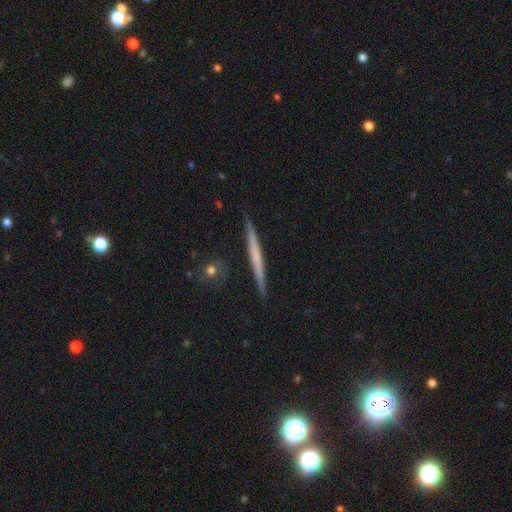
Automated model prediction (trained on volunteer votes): Smooth or featured? featured or disk (56%)
Edge-on disk? yes (97%)
Edge-on bulge? none (83%)
Merging? none (90%)